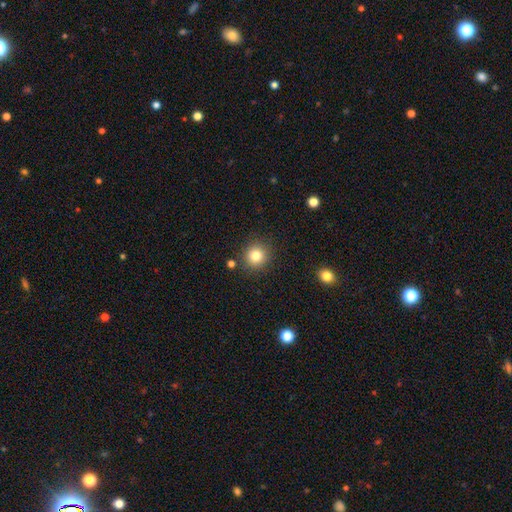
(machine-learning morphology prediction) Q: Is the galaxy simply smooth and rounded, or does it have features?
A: smooth — 81%.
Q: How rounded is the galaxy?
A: round — 91%.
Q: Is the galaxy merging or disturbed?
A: none — 87%.